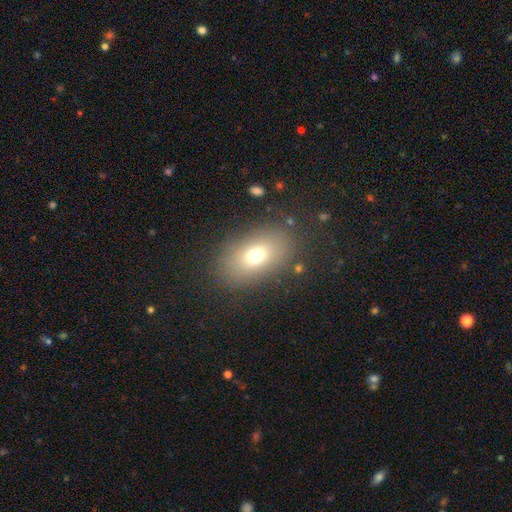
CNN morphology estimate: Smooth or featured?
  - smooth: 72% *
  - featured or disk: 15%
  - star or artifact: 13%
How rounded?
  - in between: 83% *
  - round: 15%
  - cigar-shaped: 2%
Merging?
  - none: 82% *
  - minor disturbance: 10%
  - major disturbance: 6%
  - merger: 2%